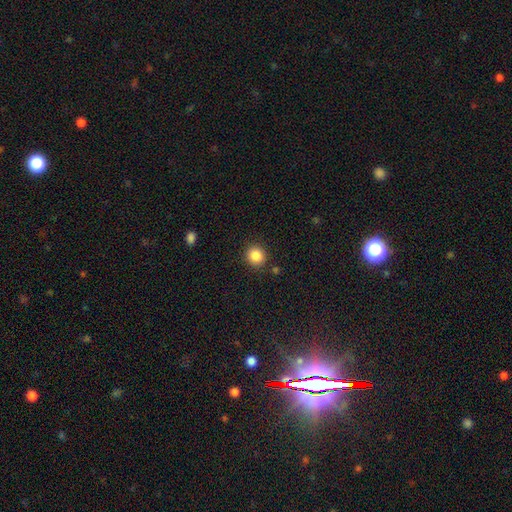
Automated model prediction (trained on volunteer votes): Smooth or featured: smooth — 86% (star or artifact — 10%)
How rounded: round — 88% (in between — 12%)
Merging: none — 89% (minor disturbance — 7%)